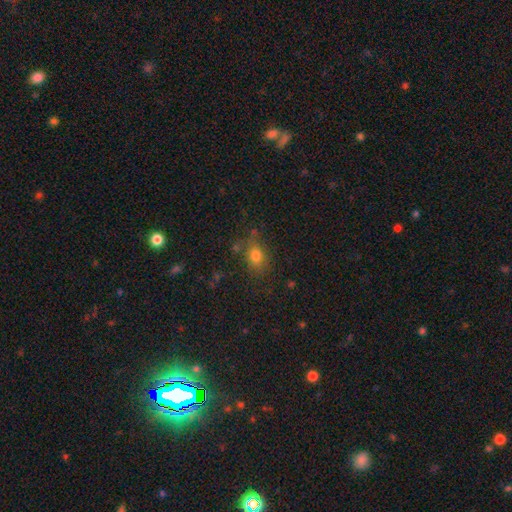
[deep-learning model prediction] Smooth or featured?
  - smooth: 76% *
  - star or artifact: 14%
  - featured or disk: 10%
How rounded?
  - in between: 62% *
  - round: 36%
  - cigar-shaped: 2%
Merging?
  - none: 70% *
  - minor disturbance: 19%
  - major disturbance: 7%
  - merger: 5%